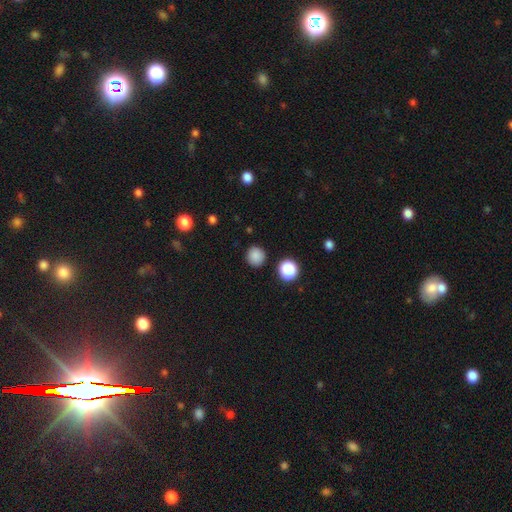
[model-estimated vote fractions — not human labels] Overall: smooth (84%). How rounded: round (91%). Merging: none (88%).